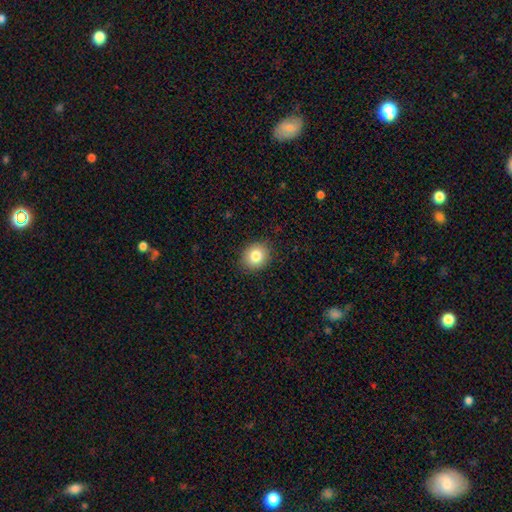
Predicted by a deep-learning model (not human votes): smooth_or_featured: smooth (p=0.83) [alt: star or artifact p=0.10]
how_rounded: round (p=0.69) [alt: in between p=0.30]
merging: none (p=0.89) [alt: minor disturbance p=0.08]